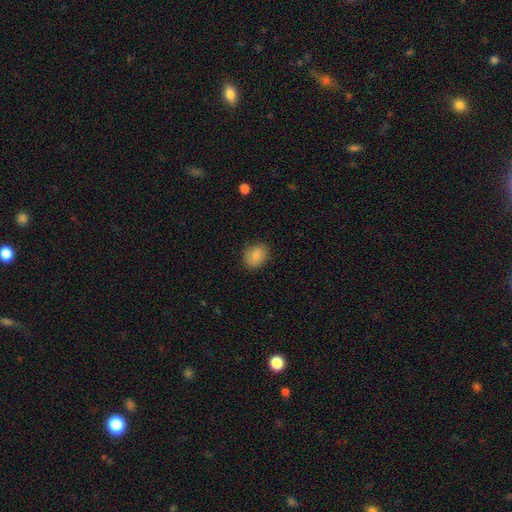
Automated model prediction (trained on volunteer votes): Smooth or featured?
  - smooth: 83% *
  - featured or disk: 9%
  - star or artifact: 8%
How rounded?
  - round: 55% *
  - in between: 44%
  - cigar-shaped: 1%
Merging?
  - none: 83% *
  - minor disturbance: 13%
  - major disturbance: 3%
  - merger: 1%